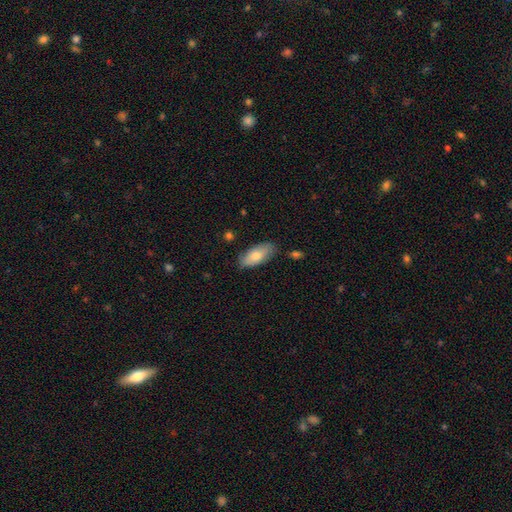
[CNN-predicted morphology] smooth 74%, featured or disk 20%, star or artifact 6%. Down the decision tree: how rounded — in between (87%); merging — none (82%).